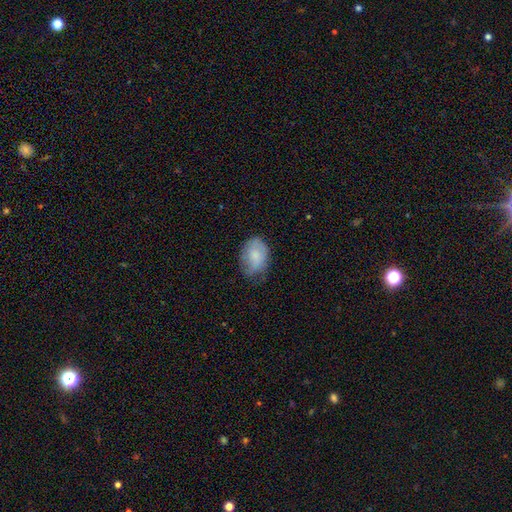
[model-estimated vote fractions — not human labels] A smooth galaxy with no disk features (71%) that is in between round and cigar-shaped (80%). Merging: none (57%).